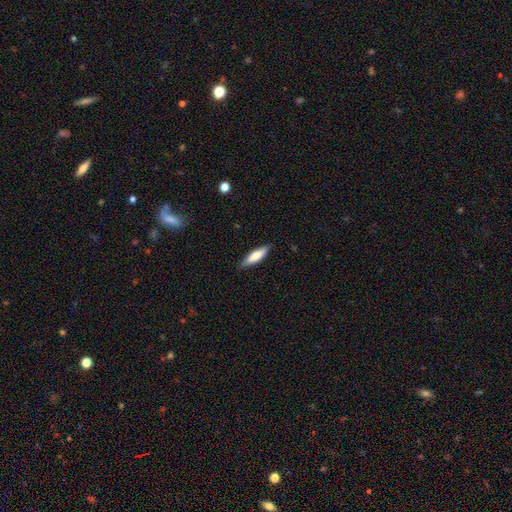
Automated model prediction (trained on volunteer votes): smooth 68%, featured or disk 26%, star or artifact 6%. Down the decision tree: how rounded — cigar-shaped (62%); merging — none (84%).